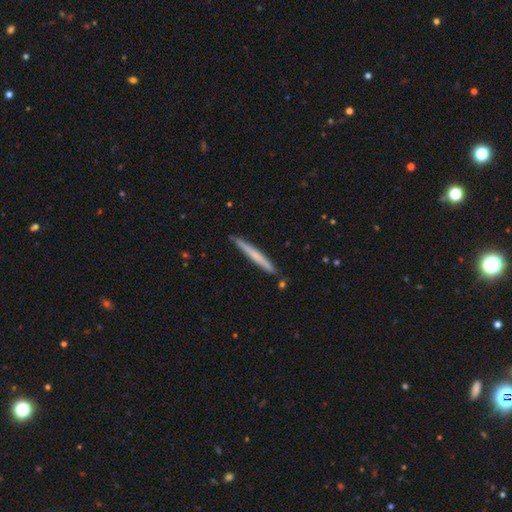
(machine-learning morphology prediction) Q: Smooth or featured?
A: smooth (58%); runner-up: featured or disk (37%)
Q: How rounded?
A: cigar-shaped (97%); runner-up: in between (2%)
Q: Merging?
A: none (89%); runner-up: minor disturbance (8%)